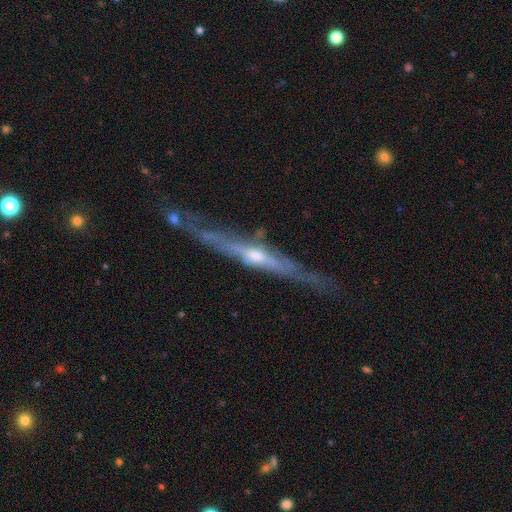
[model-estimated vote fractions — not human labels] Q: Smooth or featured?
A: featured or disk (81%); runner-up: smooth (14%)
Q: Edge-on disk?
A: yes (89%); runner-up: no (11%)
Q: Edge-on bulge?
A: rounded (68%); runner-up: none (24%)
Q: Merging?
A: none (66%); runner-up: minor disturbance (22%)